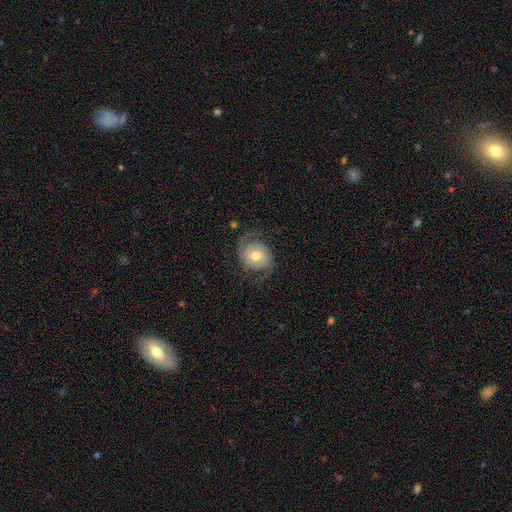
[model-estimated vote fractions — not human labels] Smooth or featured?
  - featured or disk: 72% *
  - smooth: 21%
  - star or artifact: 7%
Edge-on disk?
  - no: 97% *
  - yes: 3%
Bar?
  - no: 70% *
  - weak: 24%
  - strong: 6%
Spiral arms?
  - yes: 91% *
  - no: 9%
Spiral winding?
  - medium: 42% *
  - loose: 40%
  - tight: 18%
Spiral arm count?
  - 2: 88% *
  - 1: 5%
  - can't tell: 4%
  - 3: 1%
  - 4: 1%
  - more than 4: 1%
Bulge size?
  - moderate: 72% *
  - small: 18%
  - large: 8%
  - dominant: 2%
  - none: 1%
Merging?
  - none: 68% *
  - minor disturbance: 17%
  - major disturbance: 13%
  - merger: 1%